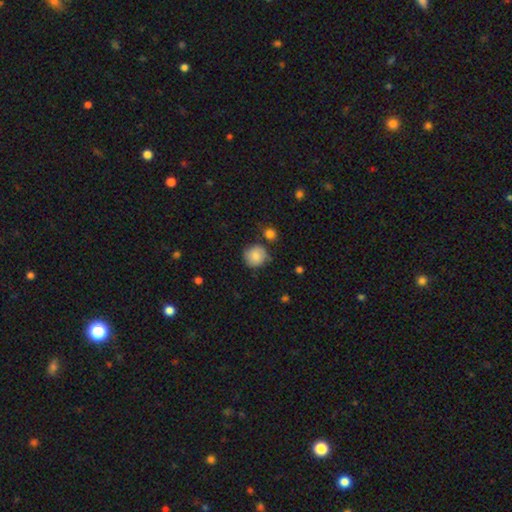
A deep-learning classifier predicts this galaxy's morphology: A smooth galaxy with no disk features (82%) that is round (90%). Merging: none (74%).